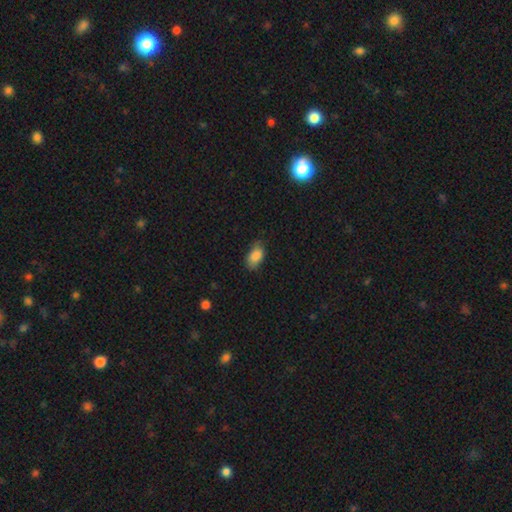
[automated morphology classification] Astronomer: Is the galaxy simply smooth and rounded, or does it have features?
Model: smooth — 86%.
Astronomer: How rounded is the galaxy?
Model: in between — 90%.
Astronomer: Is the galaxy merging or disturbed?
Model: none — 69%.